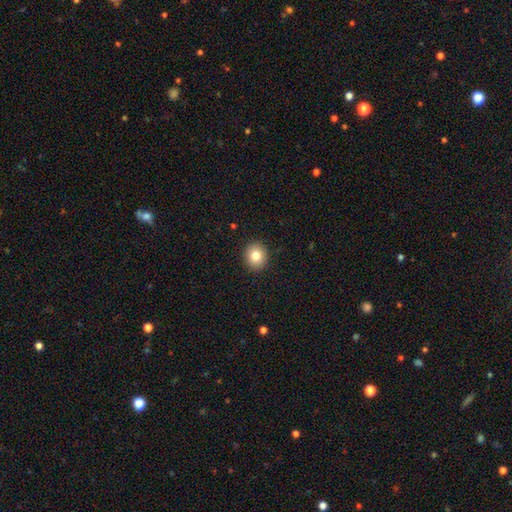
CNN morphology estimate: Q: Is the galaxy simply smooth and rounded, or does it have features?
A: smooth — 81%.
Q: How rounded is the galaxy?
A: round — 78%.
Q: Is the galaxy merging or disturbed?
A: none — 91%.